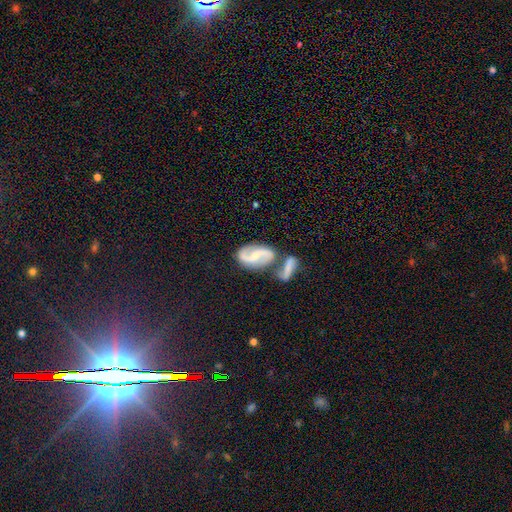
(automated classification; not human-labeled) smooth-or-featured: featured or disk: 83% | smooth: 11% | star or artifact: 6%
  disk-edge-on: no: 97% | yes: 3%
    bar: weak: 46% | strong: 29% | no: 25%
    has-spiral-arms: yes: 95% | no: 5%
      spiral-winding: medium: 44% (tied) | loose: 44% (tied) | tight: 13%
      spiral-arm-count: 2: 92% | can't tell: 3% | 1: 2% | 3: 1% | 4: 1% | more than 4: 1%
    bulge-size: small: 46% | moderate: 29% | none: 20% | large: 3% | dominant: 1%
  merging: none: 42% | merger: 39% | minor disturbance: 12% | major disturbance: 6%